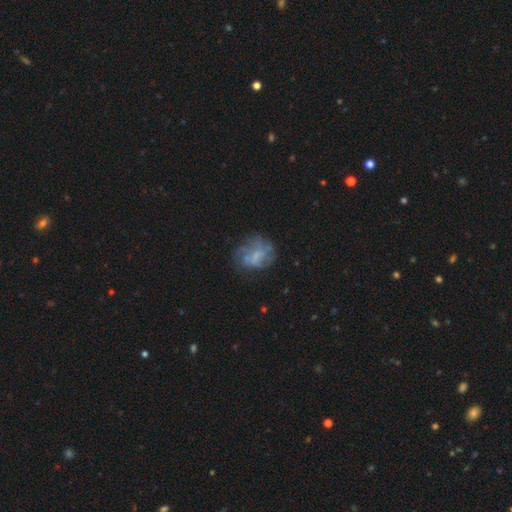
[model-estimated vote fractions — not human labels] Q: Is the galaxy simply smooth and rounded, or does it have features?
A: featured or disk — 57%.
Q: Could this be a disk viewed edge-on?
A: no — 98%.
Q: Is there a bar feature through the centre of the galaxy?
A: no — 61%.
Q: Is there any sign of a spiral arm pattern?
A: no — 52%.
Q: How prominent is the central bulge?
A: none — 44%.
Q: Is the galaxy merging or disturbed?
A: none — 55%.